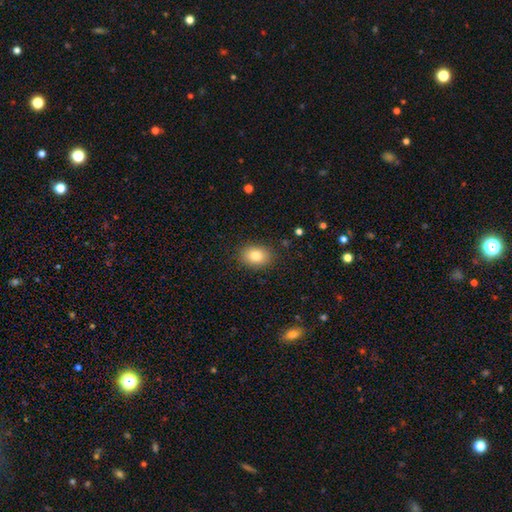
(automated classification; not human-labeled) This appears to be a smooth galaxy with no disk features (82%) that is in between round and cigar-shaped (67%). Merging: none (87%).